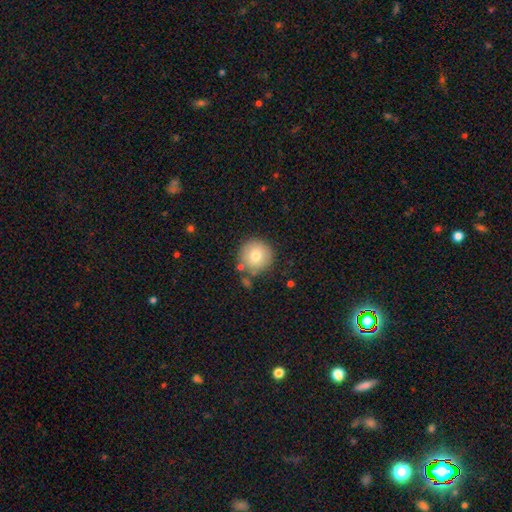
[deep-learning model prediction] A smooth galaxy with no disk features (77%) that is round (96%).

Vote fractions:
- Smooth or featured? smooth: 77% / featured or disk: 14% / star or artifact: 9%
- How rounded? round: 96% / in between: 4% / cigar-shaped: 1%
- Merging? none: 80% / minor disturbance: 10% / merger: 7% / major disturbance: 3%